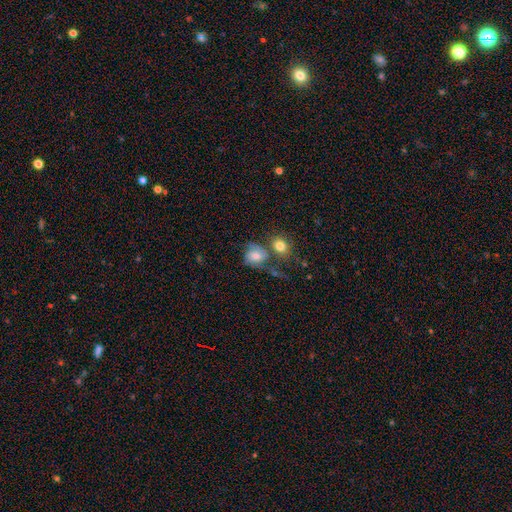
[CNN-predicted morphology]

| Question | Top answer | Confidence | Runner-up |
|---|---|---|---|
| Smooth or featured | smooth | 48% | featured or disk (42%) |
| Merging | none | 38% | merger (29%) |